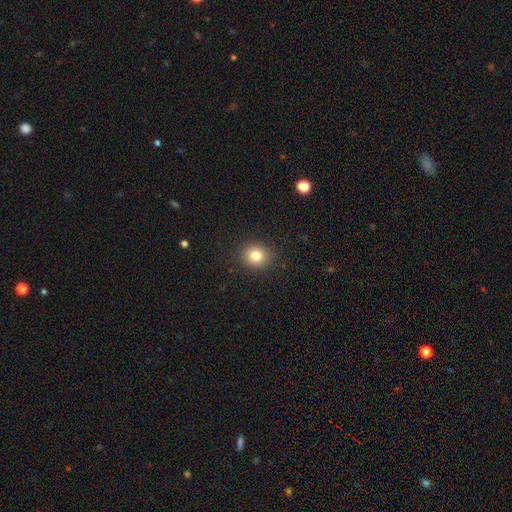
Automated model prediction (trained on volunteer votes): Overall: smooth (81%). How rounded: round (82%). Merging: none (90%).